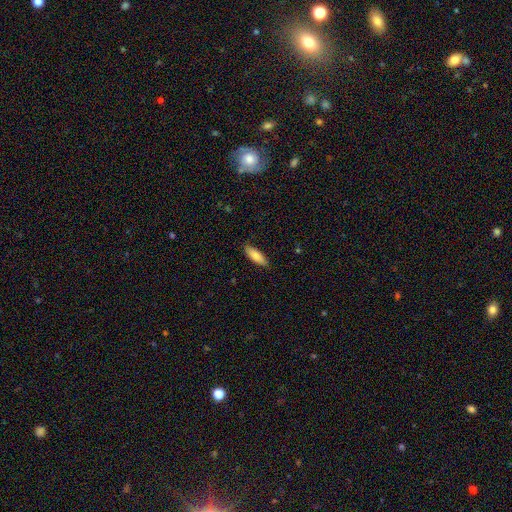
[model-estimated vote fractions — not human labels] Smooth or featured: smooth — 80% (featured or disk — 14%)
How rounded: in between — 61% (cigar-shaped — 37%)
Merging: none — 87% (minor disturbance — 11%)